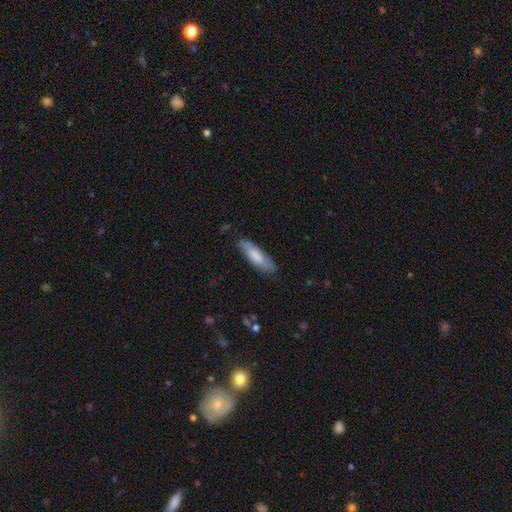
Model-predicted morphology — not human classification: The model was most divided on "how rounded": cigar-shaped: 59%, in between: 39%, round: 1%. More confident: merging — none (81%); smooth or featured — smooth (74%).